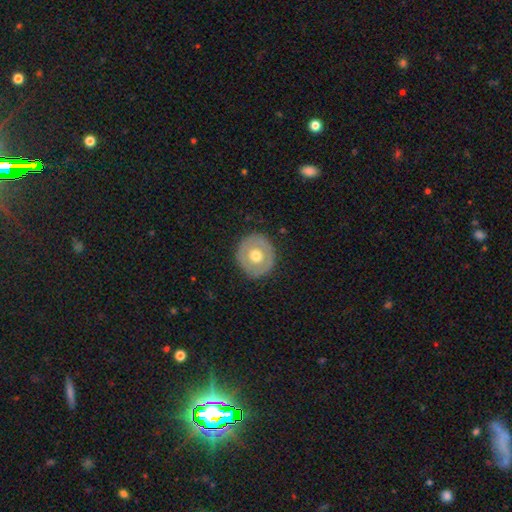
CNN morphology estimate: Smooth or featured? Predicted: smooth (p=0.51). How rounded? Predicted: round (p=0.90). Merging? Predicted: none (p=0.87).